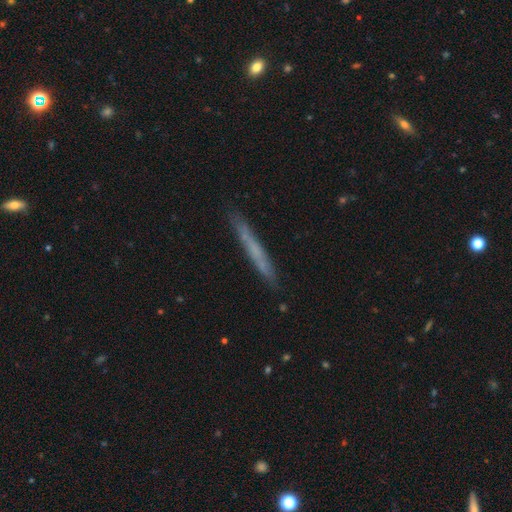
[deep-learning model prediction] Overall: smooth (51%; featured or disk 41%). How rounded: cigar-shaped (96%). Merging: none (88%).